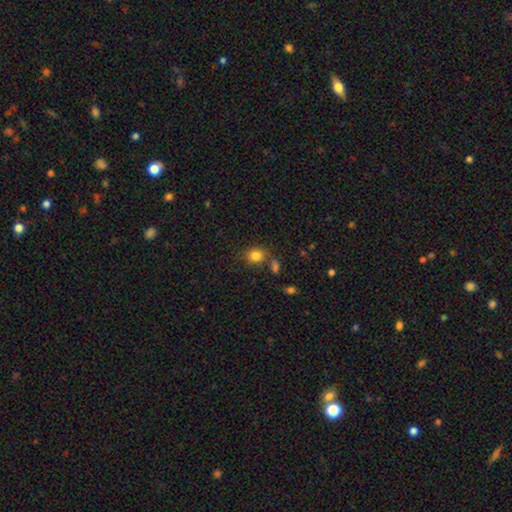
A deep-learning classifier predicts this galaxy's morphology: Smooth or featured?
  - smooth: 82% *
  - star or artifact: 11%
  - featured or disk: 6%
How rounded?
  - round: 64% *
  - in between: 35%
  - cigar-shaped: 1%
Merging?
  - none: 69% *
  - minor disturbance: 15%
  - merger: 11%
  - major disturbance: 5%